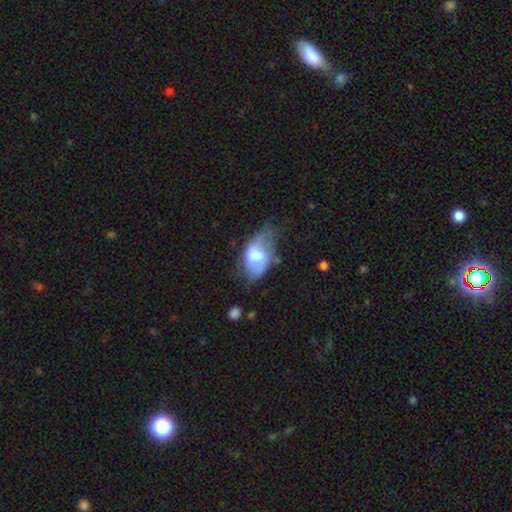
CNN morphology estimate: smooth 49%, featured or disk 44%, star or artifact 7%. Down the decision tree: merging — minor disturbance (38%).